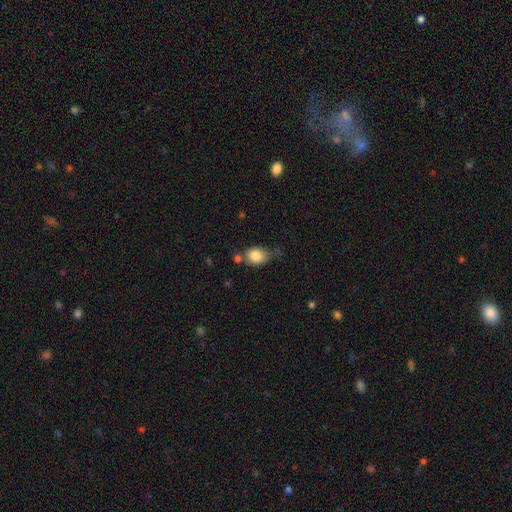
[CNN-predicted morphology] The model was most divided on "how rounded": in between: 55%, round: 44%, cigar-shaped: 1%. More confident: smooth or featured — smooth (83%); merging — none (50%).